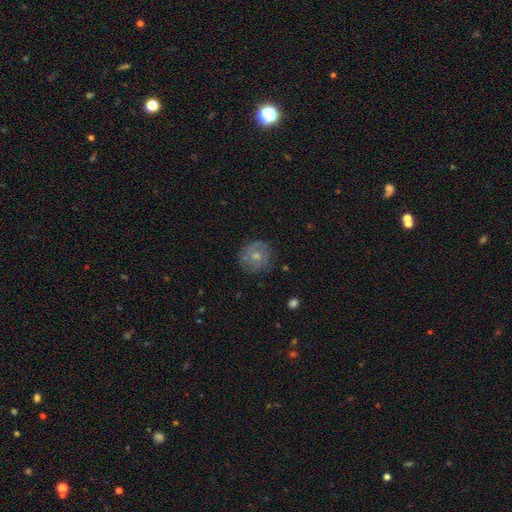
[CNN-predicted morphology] type=smooth (46%, tied with featured or disk); merging=none (76%).